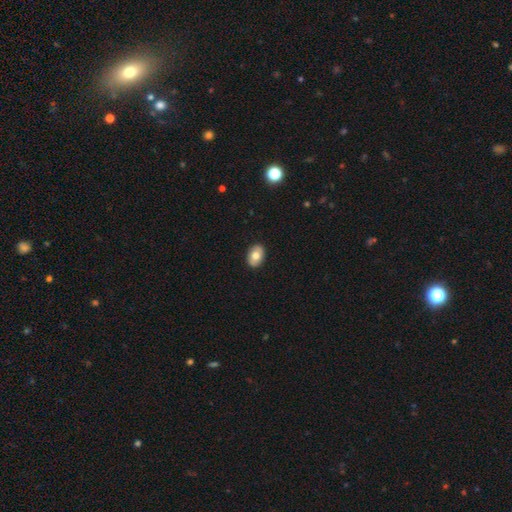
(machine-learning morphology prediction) A smooth galaxy with no disk features (74%) that is in between round and cigar-shaped (84%).

Vote fractions:
- Smooth or featured? smooth: 74% / featured or disk: 19% / star or artifact: 7%
- How rounded? in between: 84% / round: 15% / cigar-shaped: 1%
- Merging? none: 90% / minor disturbance: 8% / major disturbance: 2% / merger: 1%